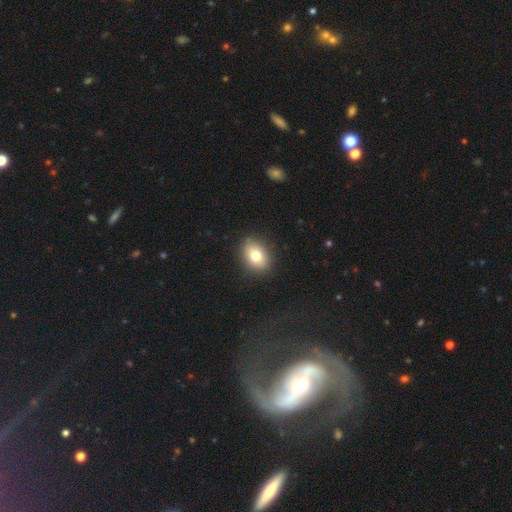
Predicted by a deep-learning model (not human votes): smooth_or_featured: smooth (p=0.78) [alt: featured or disk p=0.12]
how_rounded: in between (p=0.66) [alt: round p=0.33]
merging: none (p=0.88) [alt: minor disturbance p=0.08]